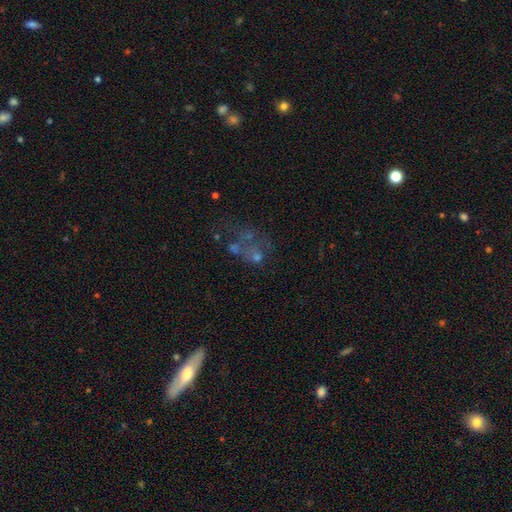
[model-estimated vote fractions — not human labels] The model was most divided on "merging": none: 34%, major disturbance: 28%, merger: 26%, minor disturbance: 13%. Remaining: smooth or featured — featured or disk (40%).